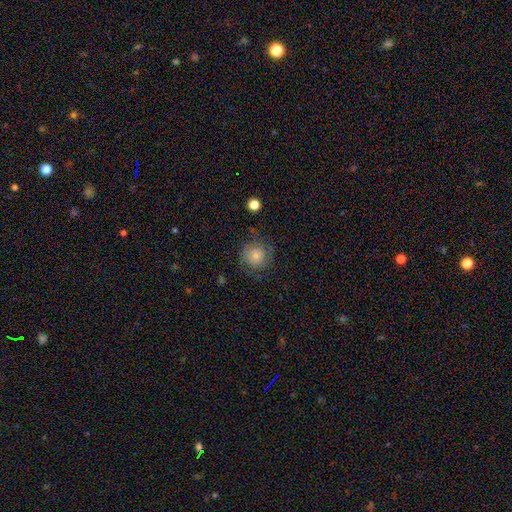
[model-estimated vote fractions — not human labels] This is likely a smooth galaxy (78%). How rounded: clearly round (92%). Merging: likely none (73%).